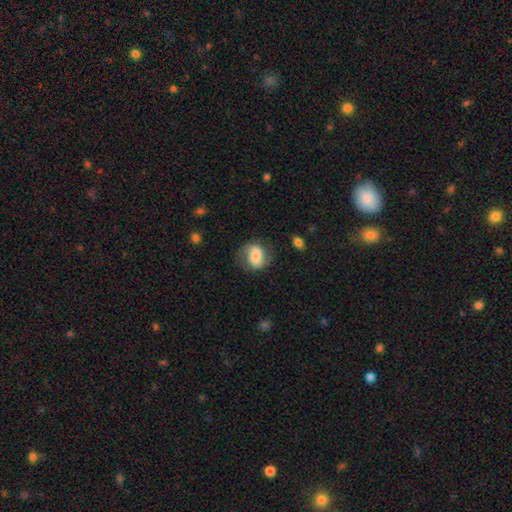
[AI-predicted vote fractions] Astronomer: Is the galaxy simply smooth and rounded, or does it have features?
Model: smooth — 58% (runner-up: featured or disk, 34%).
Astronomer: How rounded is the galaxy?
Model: in between — 56% (runner-up: round, 42%).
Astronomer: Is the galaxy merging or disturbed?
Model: none — 66%.